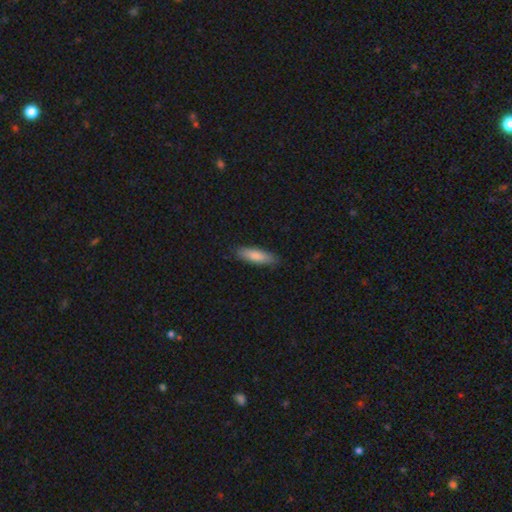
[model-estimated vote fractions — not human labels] A smooth galaxy with no disk features (81%) that is in between round and cigar-shaped (50%). Merging: none (86%).